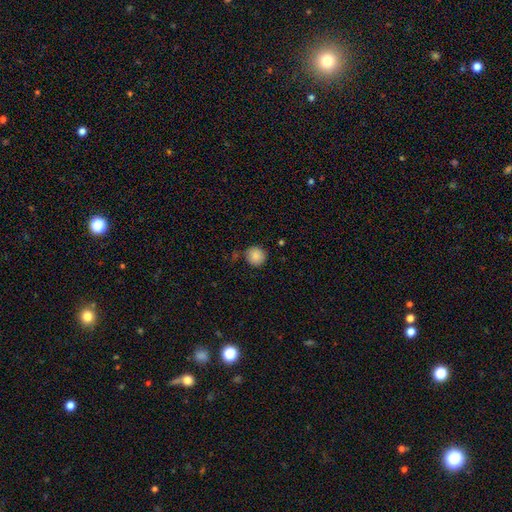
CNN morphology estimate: Smooth or featured? smooth (87%)
How rounded? round (94%)
Merging? none (85%)